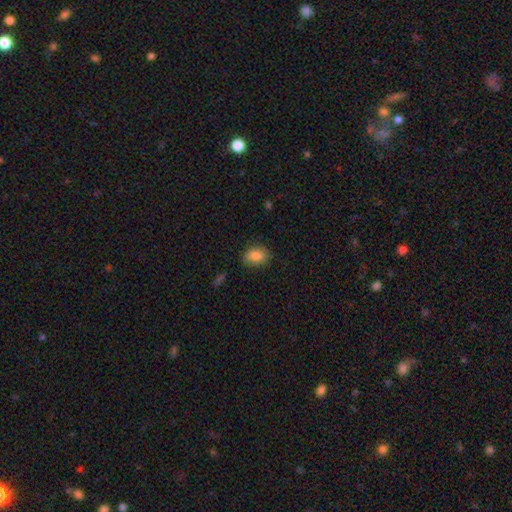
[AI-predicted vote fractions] Smooth or featured: smooth — 84% (star or artifact — 8%)
How rounded: in between — 69% (round — 29%)
Merging: none — 81% (minor disturbance — 15%)